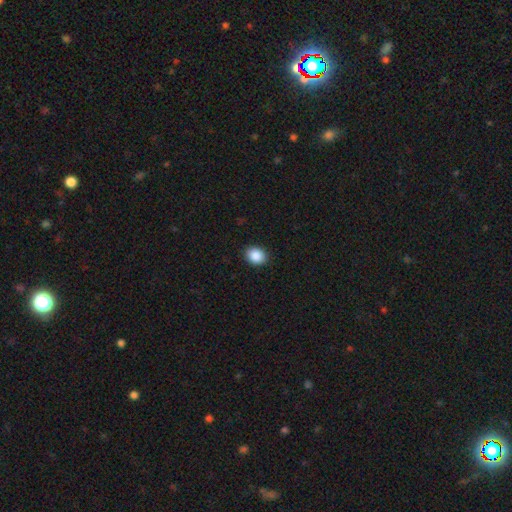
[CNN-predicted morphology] This is clearly a smooth galaxy (89%). How rounded: possibly round (53%). Merging: clearly none (91%).